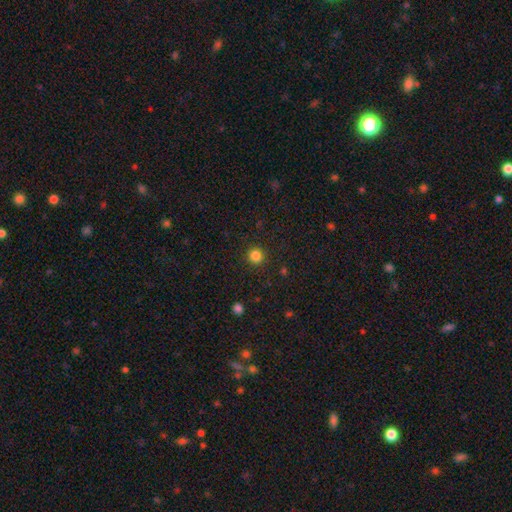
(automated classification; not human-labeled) This appears to be a smooth galaxy with no disk features (84%) that is round (93%). Merging: none (91%).